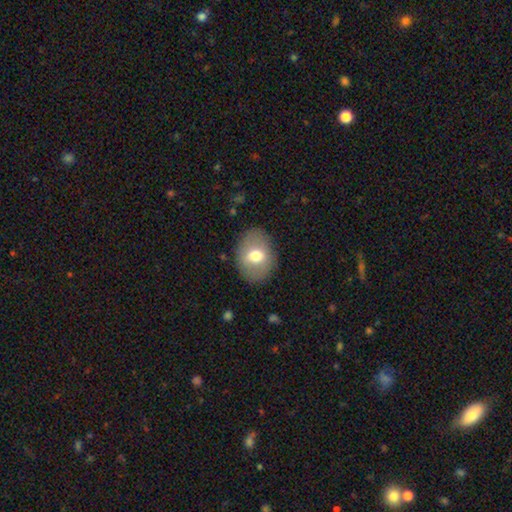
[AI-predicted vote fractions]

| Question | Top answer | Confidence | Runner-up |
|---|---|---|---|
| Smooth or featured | smooth | 65% | featured or disk (27%) |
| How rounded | in between | 64% | round (34%) |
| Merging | none | 84% | minor disturbance (11%) |